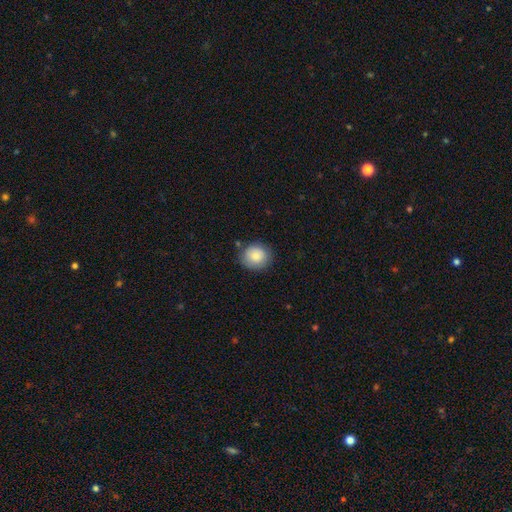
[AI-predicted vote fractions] Smooth or featured: smooth — 84% (featured or disk — 8%)
How rounded: round — 84% (in between — 15%)
Merging: none — 84% (minor disturbance — 12%)